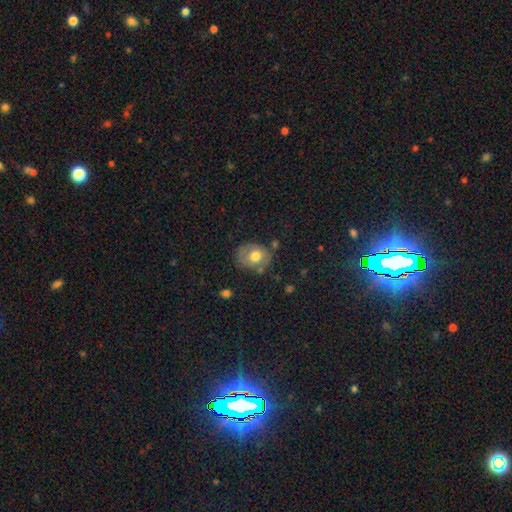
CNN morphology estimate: smooth_or_featured: smooth (p=0.64) [alt: featured or disk p=0.28]
how_rounded: round (p=0.52) [alt: in between p=0.47]
merging: none (p=0.67) [alt: minor disturbance p=0.21]